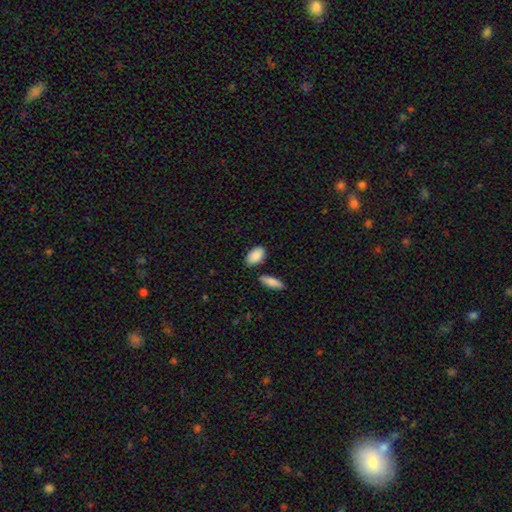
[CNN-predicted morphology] Q: Smooth or featured?
A: smooth (89%); runner-up: star or artifact (6%)
Q: How rounded?
A: in between (93%); runner-up: round (4%)
Q: Merging?
A: none (79%); runner-up: minor disturbance (11%)